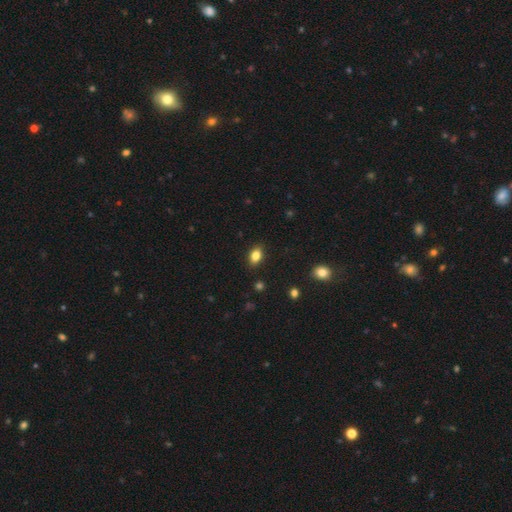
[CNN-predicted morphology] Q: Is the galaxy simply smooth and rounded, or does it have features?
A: smooth — 83%.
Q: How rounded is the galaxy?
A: in between — 81%.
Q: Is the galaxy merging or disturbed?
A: none — 88%.